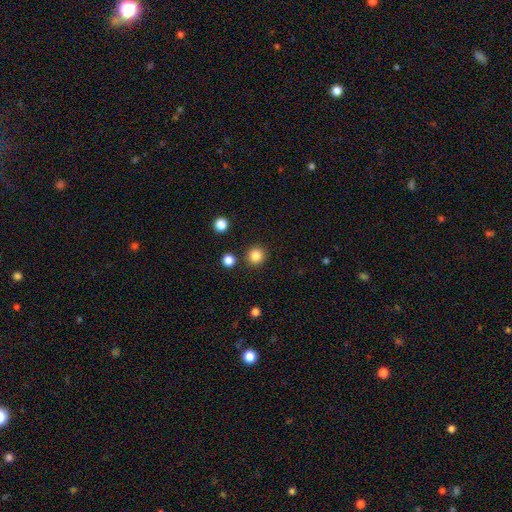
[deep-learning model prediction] smooth 84%, star or artifact 12%, featured or disk 4%. Down the decision tree: how rounded — round (94%); merging — none (89%).